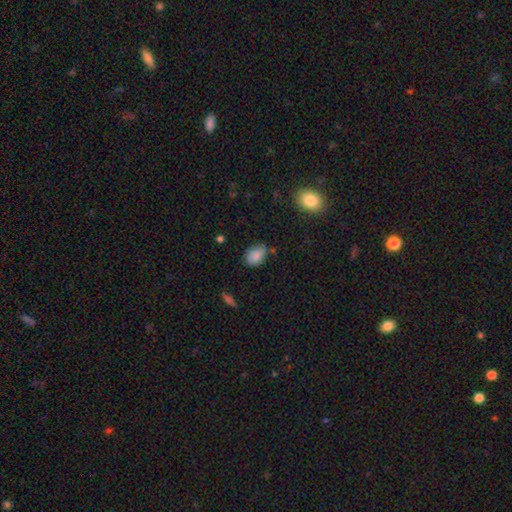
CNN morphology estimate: This is clearly a smooth galaxy (85%). How rounded: clearly in between (82%). Merging: possibly none (60%).